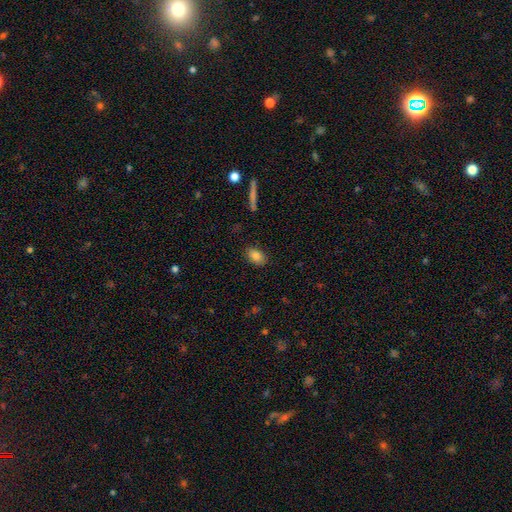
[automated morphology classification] smooth-or-featured: smooth: 83% | featured or disk: 9% | star or artifact: 8%
  how-rounded: in between: 88% | round: 10% | cigar-shaped: 2%
  merging: none: 86% | minor disturbance: 10% | major disturbance: 2% | merger: 1%